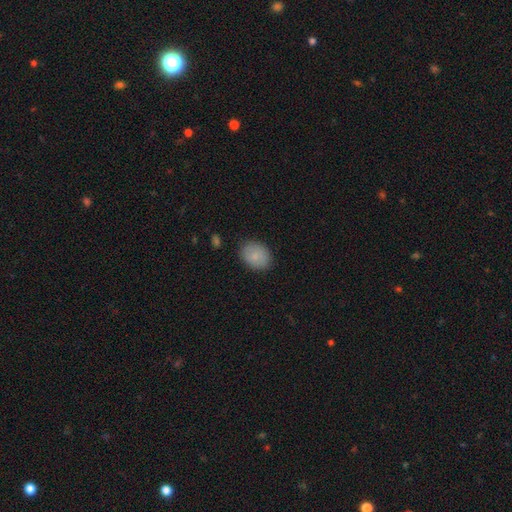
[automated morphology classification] This appears to be a smooth galaxy with no disk features (84%) that is in between round and cigar-shaped (65%). Merging: none (84%).